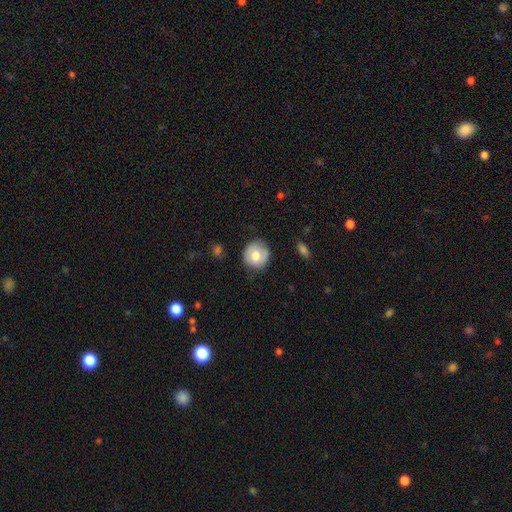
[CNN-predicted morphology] This appears to be a smooth galaxy with no disk features (68%) that is round (86%). Merging: none (78%).